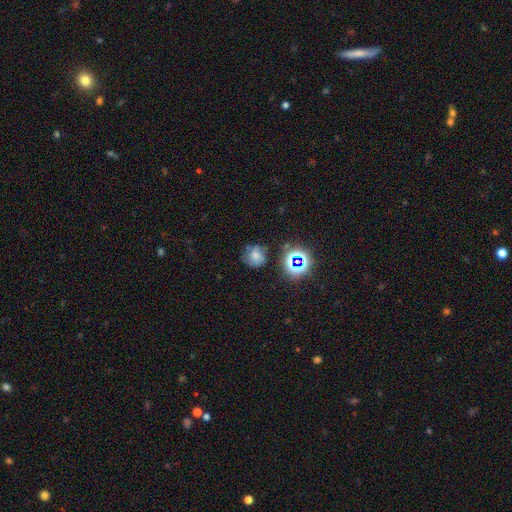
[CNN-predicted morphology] Smooth or featured: smooth — 42% (star or artifact — 35%)
Merging: none — 73% (minor disturbance — 16%)